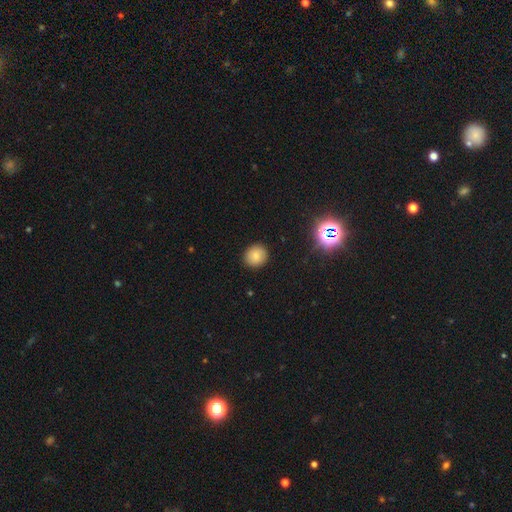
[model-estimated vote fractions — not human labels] This appears to be a smooth galaxy with no disk features (80%) that is round (80%). Merging: none (89%).